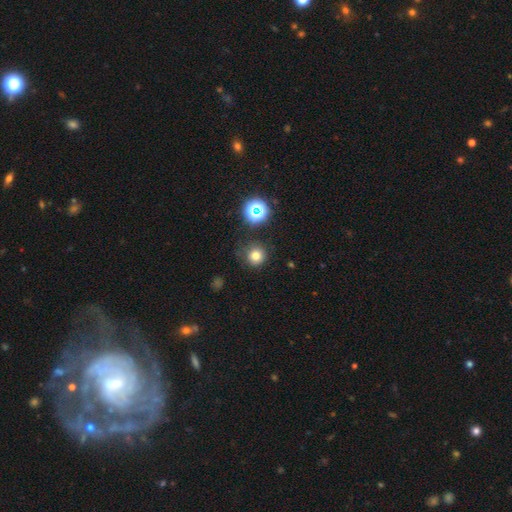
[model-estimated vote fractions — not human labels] smooth-or-featured: smooth: 75% | star or artifact: 18% | featured or disk: 7%
  how-rounded: round: 94% | in between: 5% | cigar-shaped: 1%
  merging: none: 82% | minor disturbance: 11% | major disturbance: 4% | merger: 3%